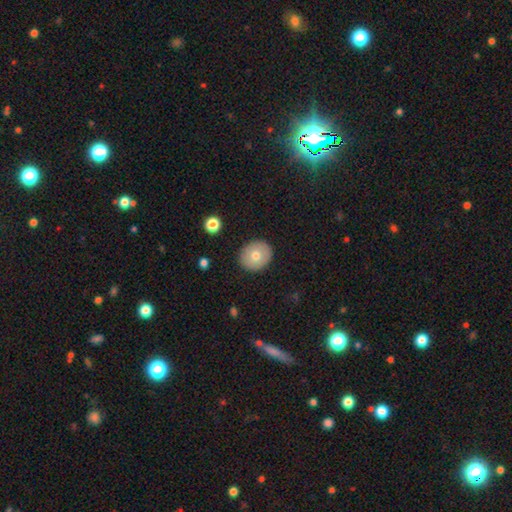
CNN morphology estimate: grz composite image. It shows a smooth galaxy with no disk features (71%) that is round (71%). Merging: none (89%).